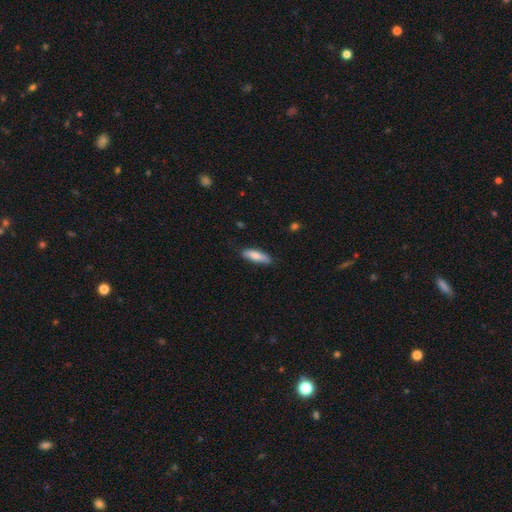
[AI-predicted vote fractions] Morphology: type=smooth (81%); roundness=cigar-shaped (58%); merging=none (82%).